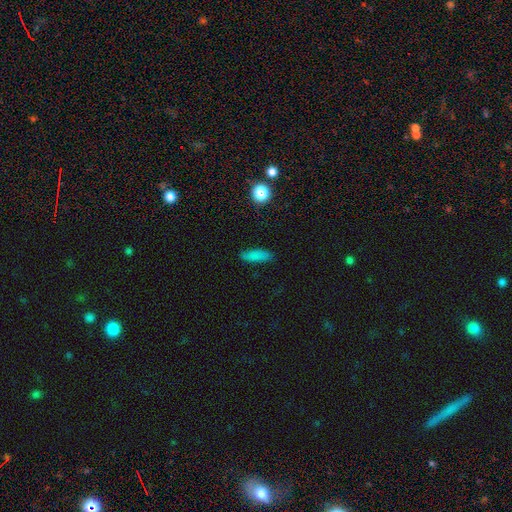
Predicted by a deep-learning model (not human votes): Q: Smooth or featured?
A: smooth (82%); runner-up: star or artifact (11%)
Q: How rounded?
A: in between (53%); runner-up: cigar-shaped (44%)
Q: Merging?
A: none (85%); runner-up: minor disturbance (11%)